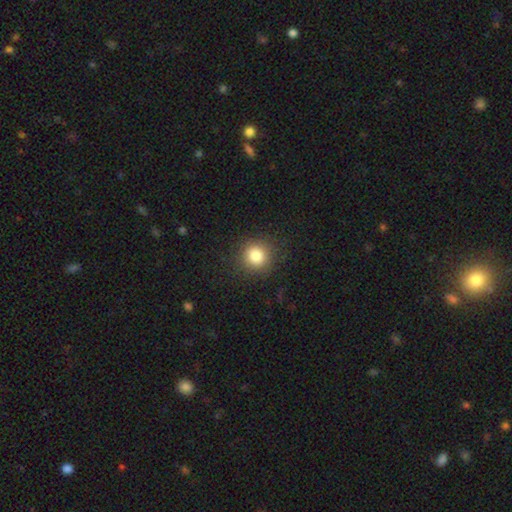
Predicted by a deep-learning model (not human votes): Smooth or featured? Predicted: smooth (p=0.84). How rounded? Predicted: round (p=0.91). Merging? Predicted: none (p=0.89).